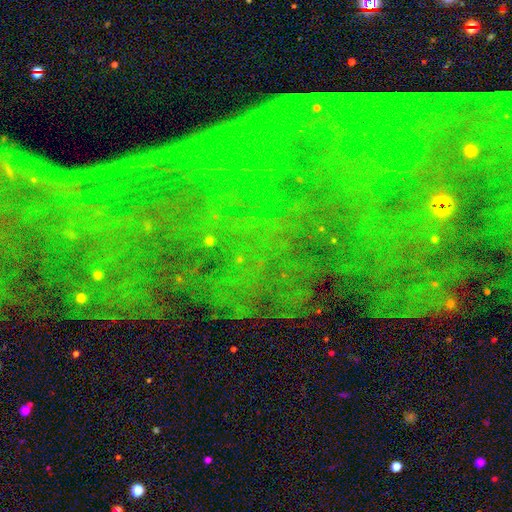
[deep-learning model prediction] Smooth or featured?
  - star or artifact: 83% *
  - featured or disk: 10%
  - smooth: 7%